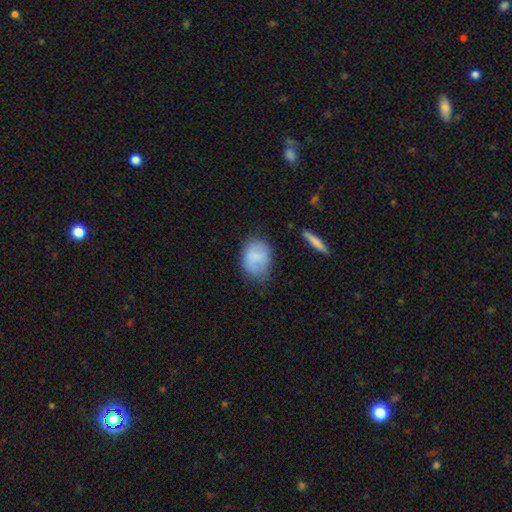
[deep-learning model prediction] Smooth or featured? smooth (75%)
How rounded? in between (68%)
Merging? none (58%)